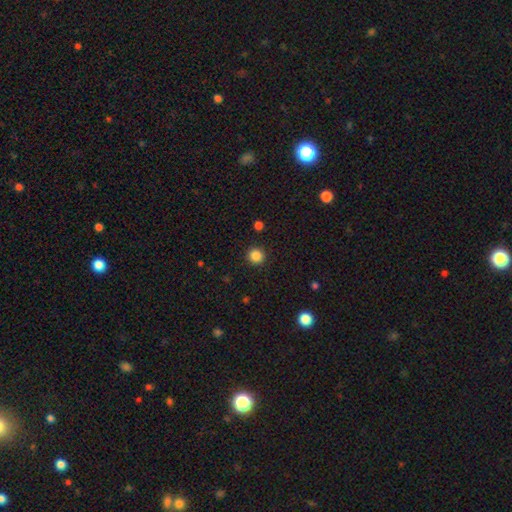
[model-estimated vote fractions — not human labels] Q: Smooth or featured?
A: smooth (86%); runner-up: star or artifact (11%)
Q: How rounded?
A: round (93%); runner-up: in between (6%)
Q: Merging?
A: none (92%); runner-up: minor disturbance (5%)